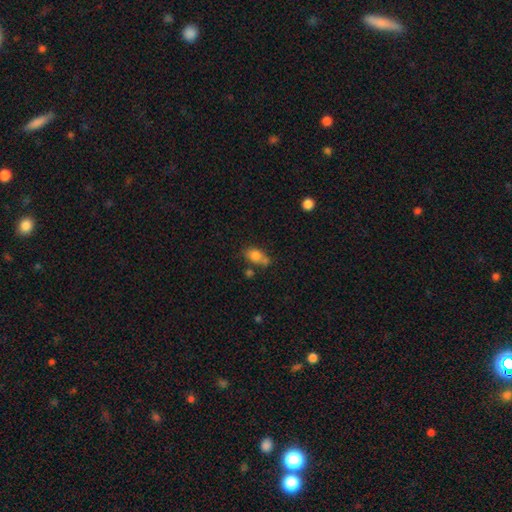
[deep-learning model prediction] This is likely a smooth galaxy (78%). How rounded: likely in between (71%). Merging: possibly none (46%).